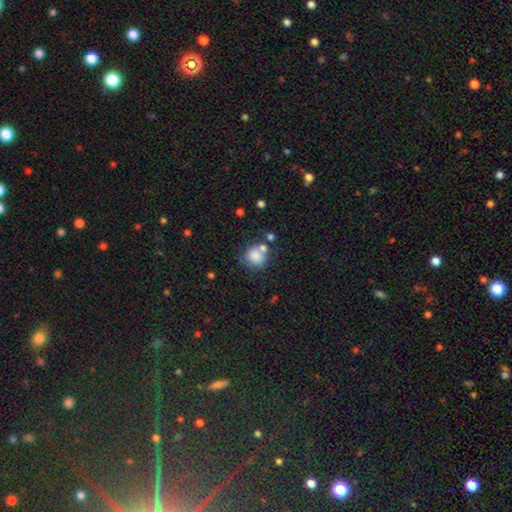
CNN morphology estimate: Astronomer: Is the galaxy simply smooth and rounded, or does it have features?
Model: smooth — 80%.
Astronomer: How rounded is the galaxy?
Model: round — 81%.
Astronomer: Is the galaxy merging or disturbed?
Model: none — 53%.